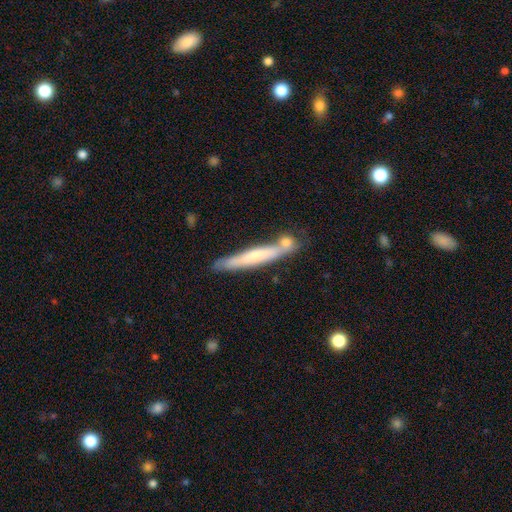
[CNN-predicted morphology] Smooth or featured: featured or disk — 53% (smooth — 40%)
Edge-on disk: yes — 94% (no — 6%)
Merging: none — 75% (minor disturbance — 12%)